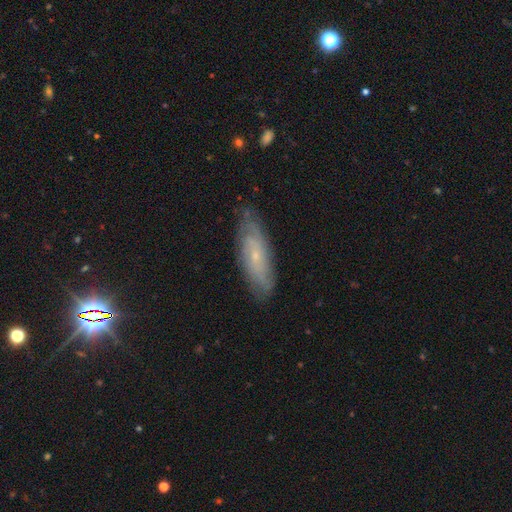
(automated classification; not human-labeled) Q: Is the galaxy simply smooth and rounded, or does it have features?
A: featured or disk — 59%.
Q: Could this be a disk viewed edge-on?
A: no — 77%.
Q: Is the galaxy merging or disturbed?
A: none — 76%.